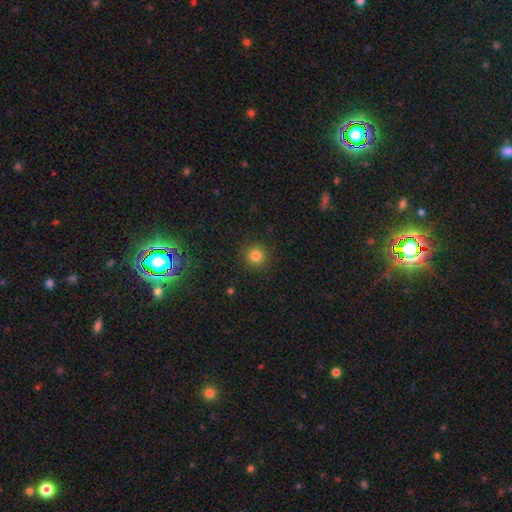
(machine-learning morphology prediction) smooth 82%, star or artifact 13%, featured or disk 5%. Down the decision tree: how rounded — round (94%); merging — none (90%).